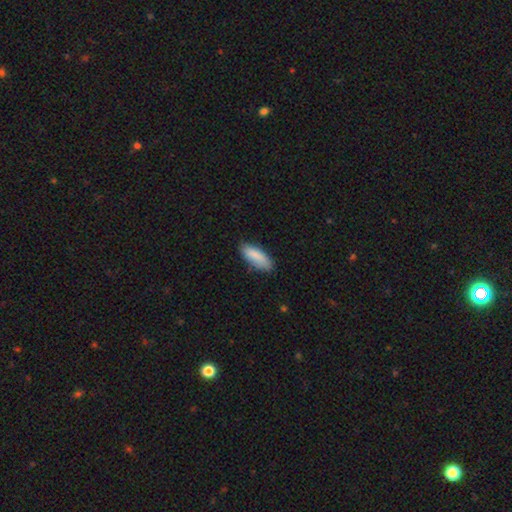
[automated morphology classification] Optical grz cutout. It shows a smooth galaxy with no disk features (86%) that is in between round and cigar-shaped (71%). Merging: none (75%).